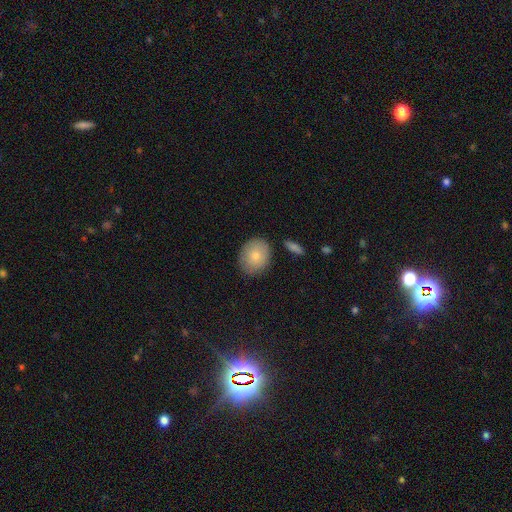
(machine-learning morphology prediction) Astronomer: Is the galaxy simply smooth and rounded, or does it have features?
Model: smooth — 81%.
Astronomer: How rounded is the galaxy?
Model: round — 56% (runner-up: in between, 42%).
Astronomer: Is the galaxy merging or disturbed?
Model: none — 81%.